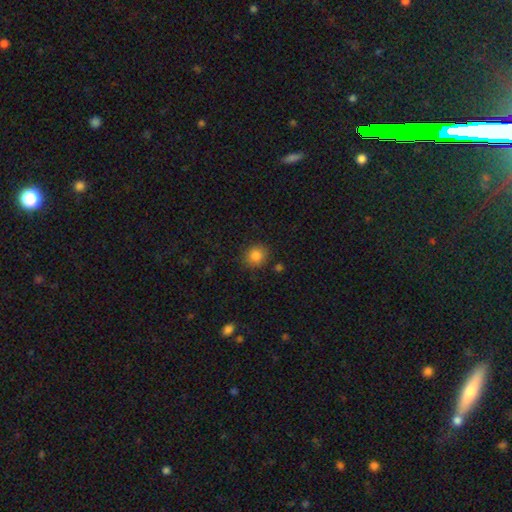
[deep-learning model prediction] smooth 85%, star or artifact 10%, featured or disk 5%. Down the decision tree: how rounded — round (87%); merging — none (84%).